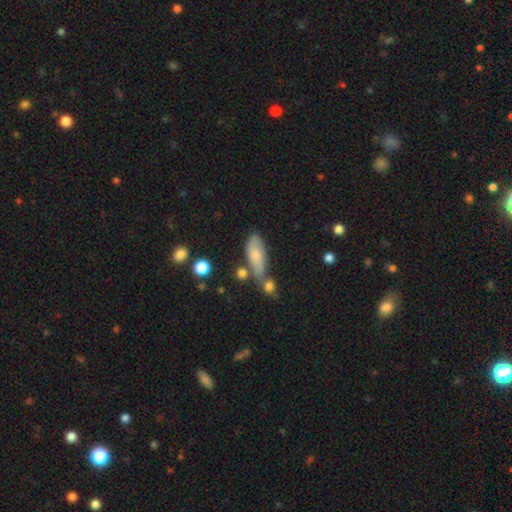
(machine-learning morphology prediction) A smooth galaxy with no disk features (69%) that is in between round and cigar-shaped (74%). Merging: none (50%).